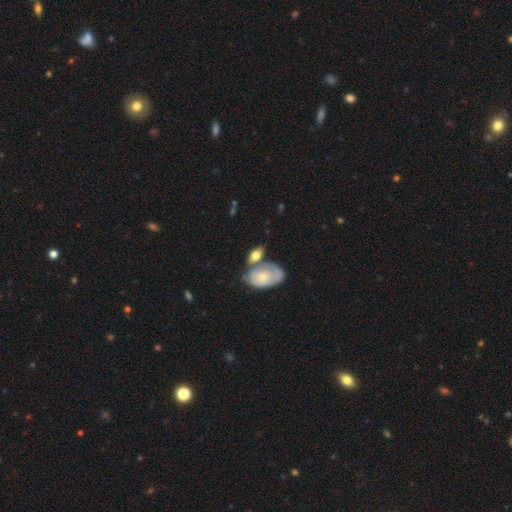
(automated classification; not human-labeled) This is likely a smooth galaxy (63%). How rounded: clearly in between (83%). Merging: marginally none (41%).